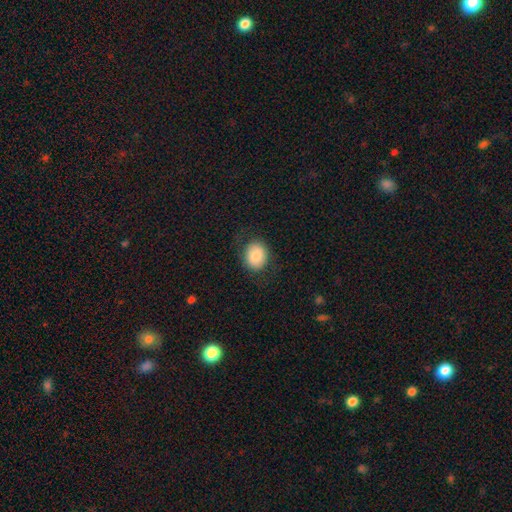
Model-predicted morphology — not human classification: Smooth or featured? Predicted: smooth (p=0.85). How rounded? Predicted: round (p=0.55). Merging? Predicted: none (p=0.81).